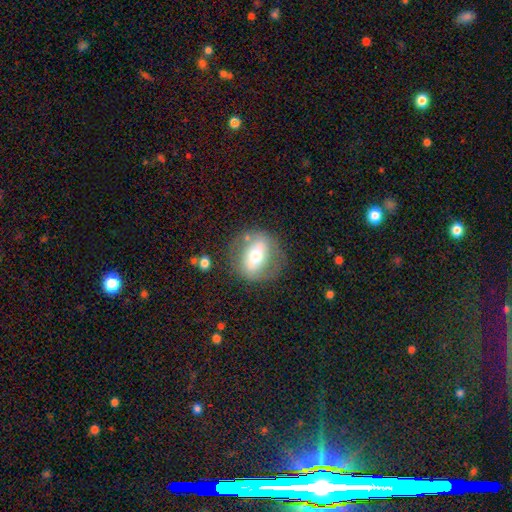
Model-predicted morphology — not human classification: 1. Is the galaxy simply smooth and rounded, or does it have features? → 53% featured or disk, 40% smooth, 7% star or artifact.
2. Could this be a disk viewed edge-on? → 84% no, 16% yes.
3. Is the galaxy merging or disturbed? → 76% none, 14% minor disturbance, 8% major disturbance, 3% merger.